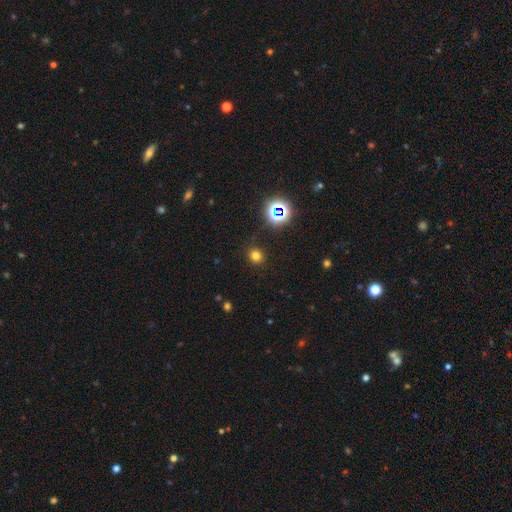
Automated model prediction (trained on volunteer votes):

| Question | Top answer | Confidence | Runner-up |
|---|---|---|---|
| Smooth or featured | smooth | 73% | star or artifact (22%) |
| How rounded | round | 81% | in between (18%) |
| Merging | none | 89% | minor disturbance (7%) |